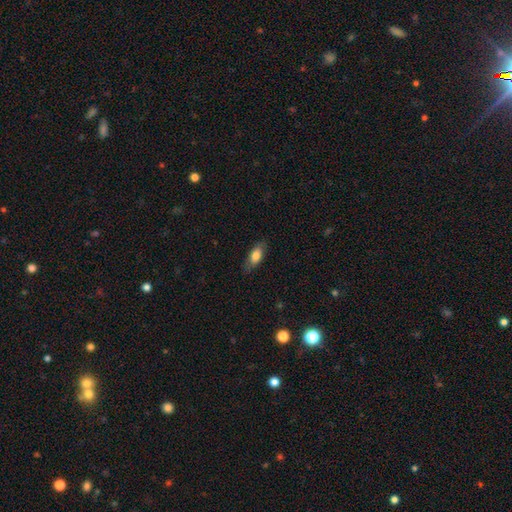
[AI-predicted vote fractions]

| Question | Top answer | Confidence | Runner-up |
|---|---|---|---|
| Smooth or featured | smooth | 78% | featured or disk (15%) |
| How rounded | in between | 81% | cigar-shaped (15%) |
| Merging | none | 80% | minor disturbance (15%) |